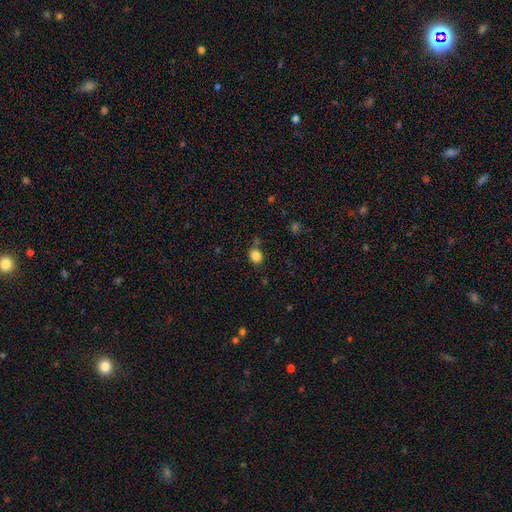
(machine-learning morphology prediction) Smooth or featured: smooth — 84% (star or artifact — 11%)
How rounded: round — 55% (in between — 44%)
Merging: none — 71% (minor disturbance — 17%)